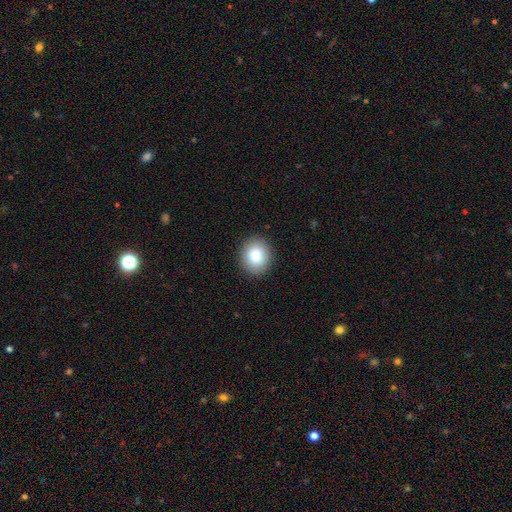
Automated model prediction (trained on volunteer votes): Smooth or featured: smooth — 86% (star or artifact — 8%)
How rounded: round — 69% (in between — 30%)
Merging: none — 90% (minor disturbance — 7%)